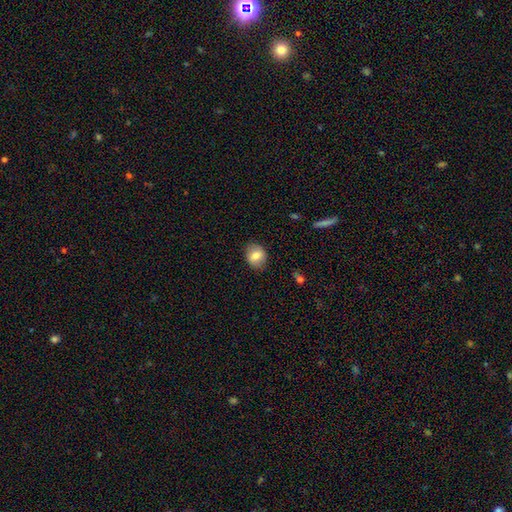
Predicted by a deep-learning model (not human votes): Smooth or featured? smooth (77%)
How rounded? round (51%)
Merging? none (85%)